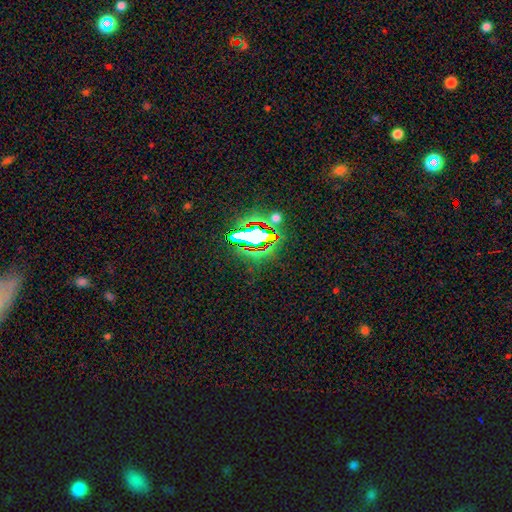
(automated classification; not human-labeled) Smooth or featured? Predicted: star or artifact (p=0.78).